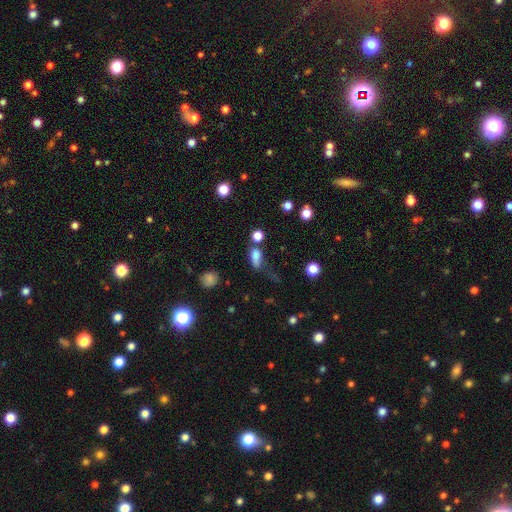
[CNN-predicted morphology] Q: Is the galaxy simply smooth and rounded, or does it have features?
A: smooth — 77%.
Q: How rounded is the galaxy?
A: in between — 78%.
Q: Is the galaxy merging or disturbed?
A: none — 32%.